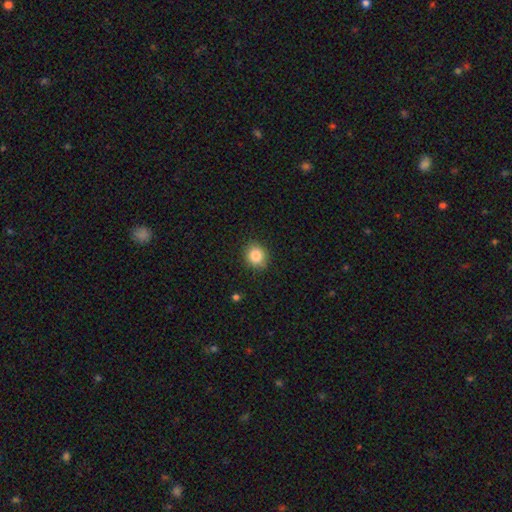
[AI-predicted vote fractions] Smooth or featured? Predicted: smooth (p=0.85). How rounded? Predicted: round (p=0.83). Merging? Predicted: none (p=0.88).